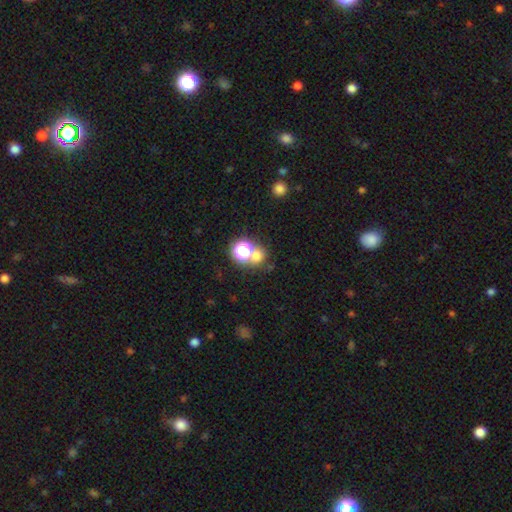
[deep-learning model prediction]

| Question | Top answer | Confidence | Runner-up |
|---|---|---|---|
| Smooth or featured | smooth | 61% | star or artifact (31%) |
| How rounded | round | 82% | in between (17%) |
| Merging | none | 59% | merger (29%) |